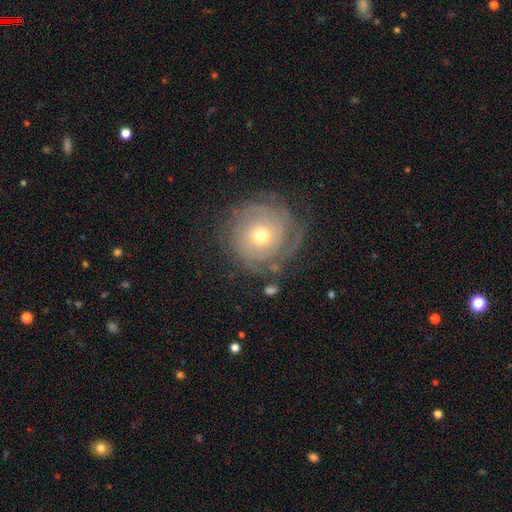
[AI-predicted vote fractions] smooth_or_featured: featured or disk (p=0.71) [alt: smooth p=0.17]
disk_edge_on: no (p=0.96) [alt: yes p=0.04]
bar: no (p=0.80) [alt: weak p=0.15]
has_spiral_arms: yes (p=0.90) [alt: no p=0.10]
spiral_winding: tight (p=0.81) [alt: medium p=0.14]
spiral_arm_count: can't tell (p=0.41) [alt: 3 p=0.17]
bulge_size: moderate (p=0.58) [alt: small p=0.37]
merging: none (p=0.80) [alt: minor disturbance p=0.12]